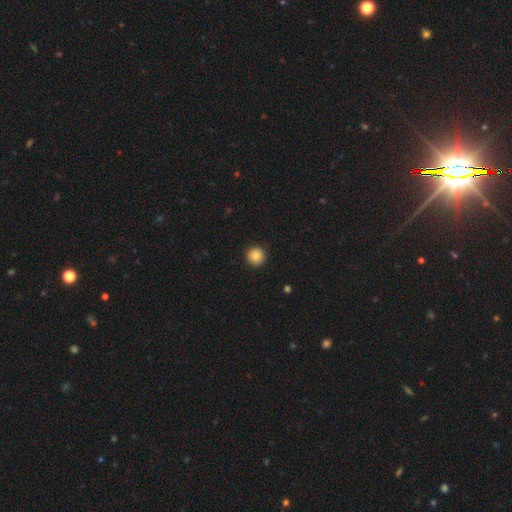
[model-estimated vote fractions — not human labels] This is clearly a smooth galaxy (86%). How rounded: clearly round (95%). Merging: clearly none (92%).